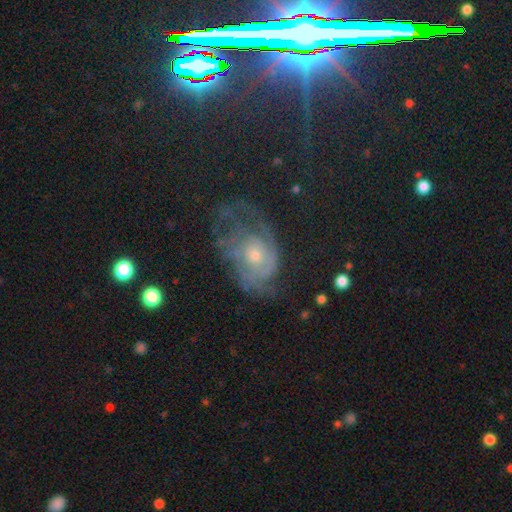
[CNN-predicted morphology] featured or disk 75%, smooth 14%, star or artifact 11%. Down the decision tree: edge-on disk — no (97%); bar — no (80%); spiral arms — yes (86%); spiral arm count — can't tell (43%); spiral winding — tight (52%); bulge size — small (51%); merging — none (49%).